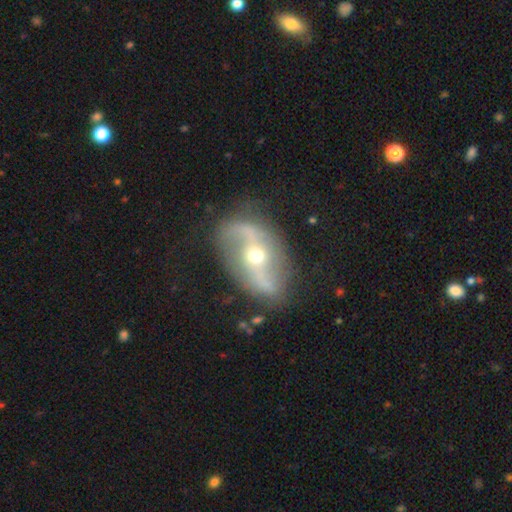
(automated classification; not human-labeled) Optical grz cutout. It shows a featured or disk galaxy (84%) with a strong bar (43%), 2 (91%) loose (70%) spiral arms (85%) and a moderate central bulge (61%). Merging: none (78%).